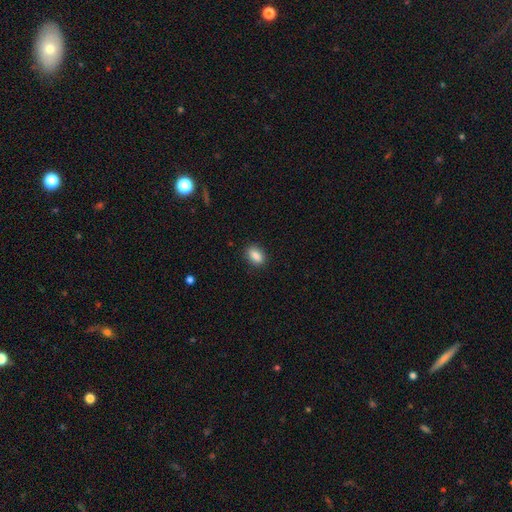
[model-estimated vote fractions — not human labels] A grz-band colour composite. It shows a smooth galaxy with no disk features (88%) that is in between round and cigar-shaped (86%). Merging: none (87%).